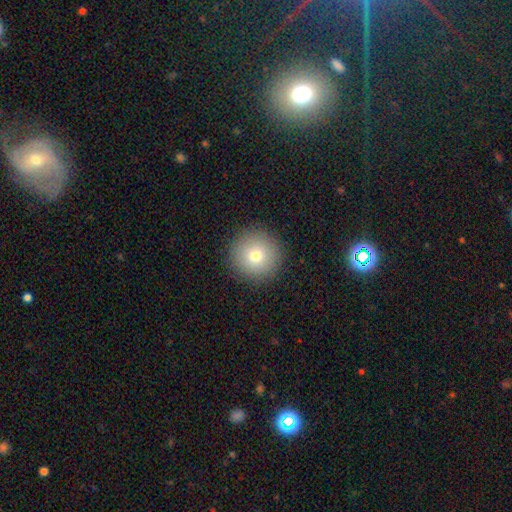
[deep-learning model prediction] A smooth galaxy with no disk features (76%) that is round (96%). Merging: none (92%).